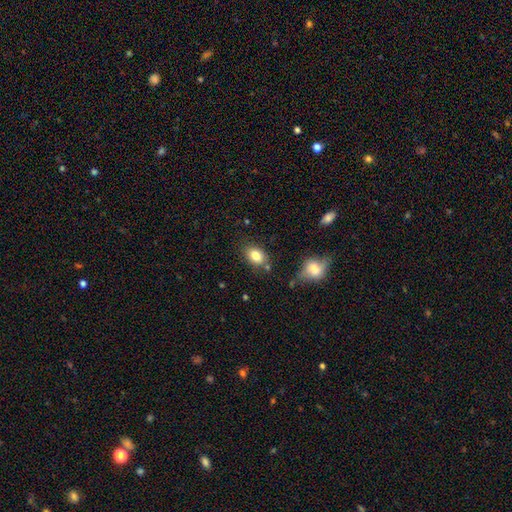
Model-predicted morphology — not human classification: smooth-or-featured: smooth: 82% | featured or disk: 9% | star or artifact: 9%
  how-rounded: in between: 74% | round: 25% | cigar-shaped: 1%
  merging: none: 75% | minor disturbance: 15% | merger: 7% | major disturbance: 3%